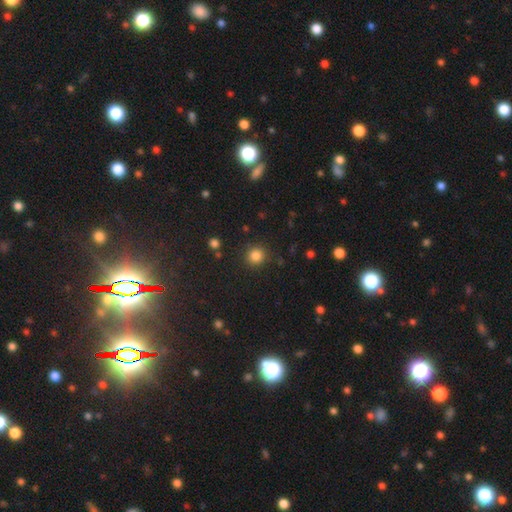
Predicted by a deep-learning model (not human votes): smooth 83%, star or artifact 13%, featured or disk 4%. Down the decision tree: how rounded — round (92%); merging — none (88%).